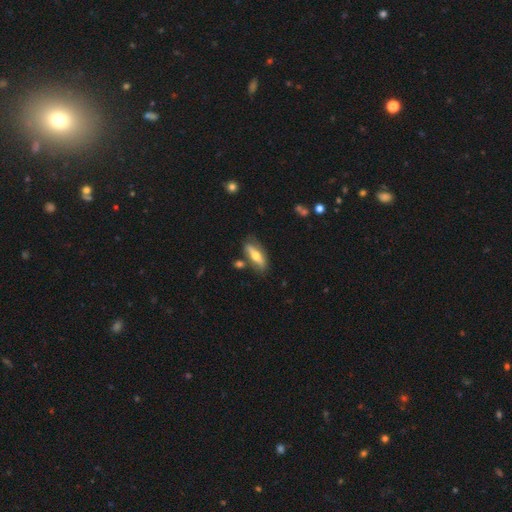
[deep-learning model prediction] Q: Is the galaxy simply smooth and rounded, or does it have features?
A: smooth — 47%, tied with featured or disk.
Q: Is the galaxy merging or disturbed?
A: none — 71%.